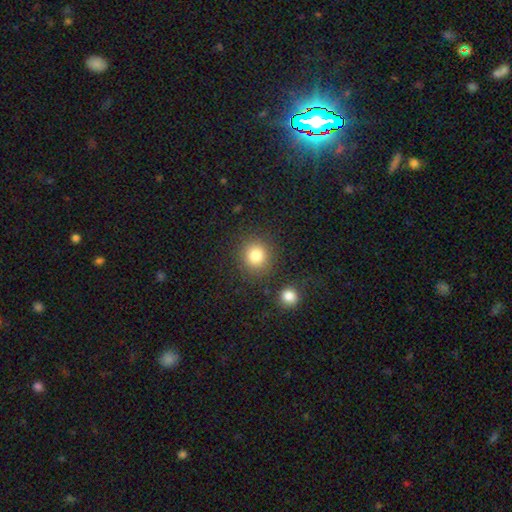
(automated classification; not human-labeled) A smooth galaxy with no disk features (82%) that is round (90%).

Vote fractions:
- Smooth or featured? smooth: 82% / star or artifact: 12% / featured or disk: 6%
- How rounded? round: 90% / in between: 9% / cigar-shaped: 1%
- Merging? none: 85% / minor disturbance: 7% / merger: 5% / major disturbance: 3%